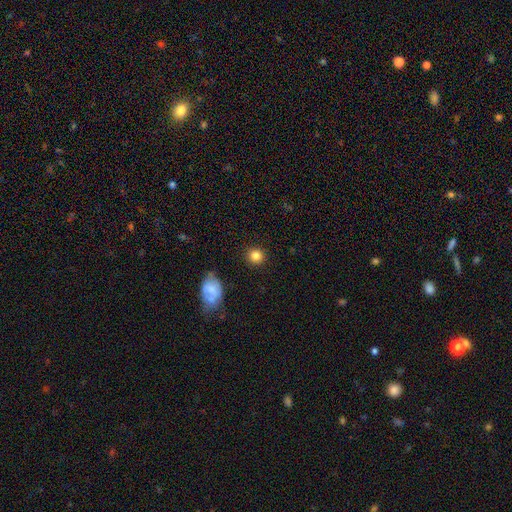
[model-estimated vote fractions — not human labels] Overall: smooth (83%). How rounded: round (90%). Merging: none (89%).